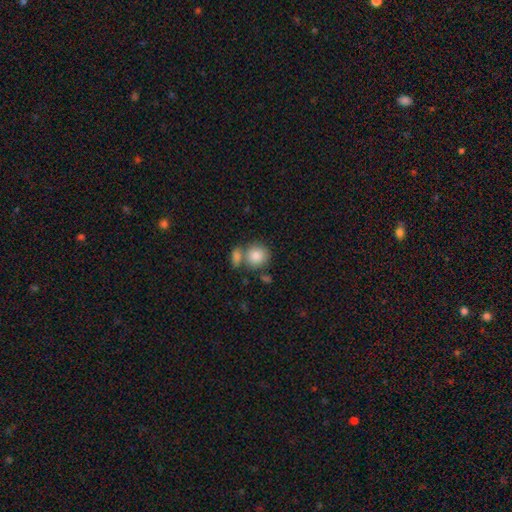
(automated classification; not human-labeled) smooth 85%, featured or disk 8%, star or artifact 8%. Down the decision tree: how rounded — round (80%); merging — none (51%).